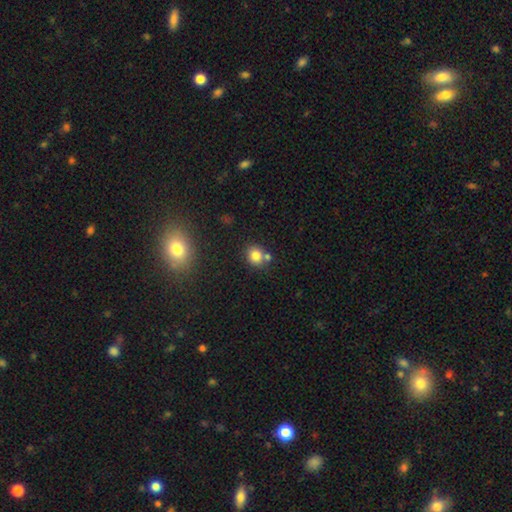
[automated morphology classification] Smooth or featured? Predicted: smooth (p=0.80). How rounded? Predicted: round (p=0.79). Merging? Predicted: none (p=0.64).